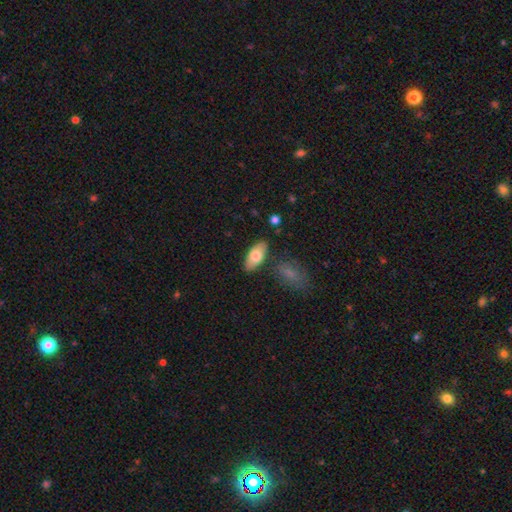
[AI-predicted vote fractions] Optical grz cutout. It shows a smooth galaxy with no disk features (75%) that is in between round and cigar-shaped (88%). Merging: none (83%).